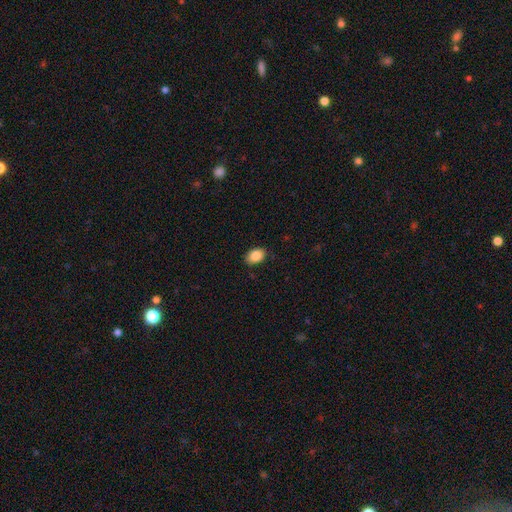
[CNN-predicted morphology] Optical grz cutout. It shows a smooth galaxy with no disk features (86%) that is in between round and cigar-shaped (84%). Merging: none (86%).